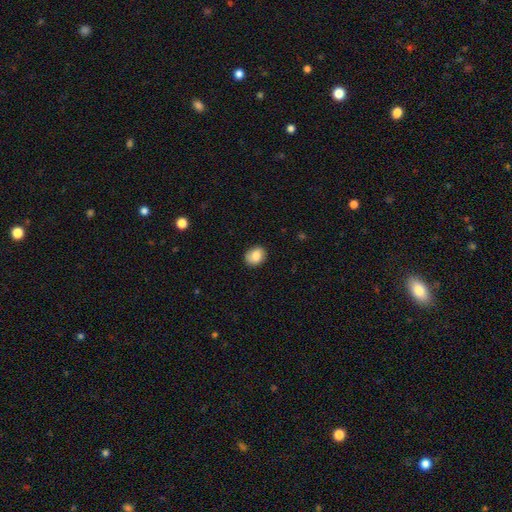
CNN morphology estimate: A smooth galaxy with no disk features (84%) that is round (52%).

Vote fractions:
- Smooth or featured? smooth: 84% / featured or disk: 8% / star or artifact: 8%
- How rounded? round: 52% / in between: 47% / cigar-shaped: 1%
- Merging? none: 84% / minor disturbance: 12% / major disturbance: 2% / merger: 1%